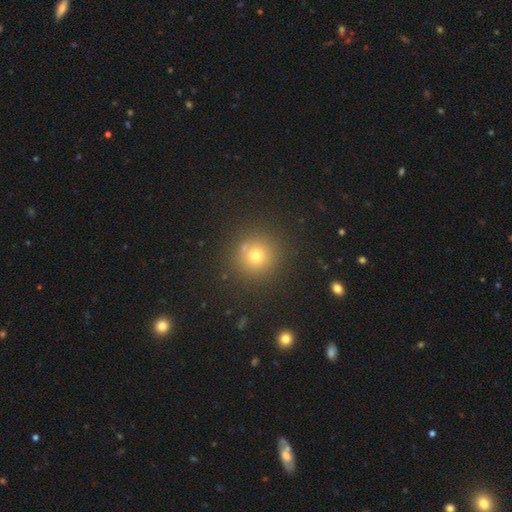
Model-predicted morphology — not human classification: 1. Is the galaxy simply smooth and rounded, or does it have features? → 70% smooth, 20% star or artifact, 10% featured or disk.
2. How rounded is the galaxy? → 94% round, 5% in between, 1% cigar-shaped.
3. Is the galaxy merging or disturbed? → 83% none, 7% minor disturbance, 7% merger, 3% major disturbance.